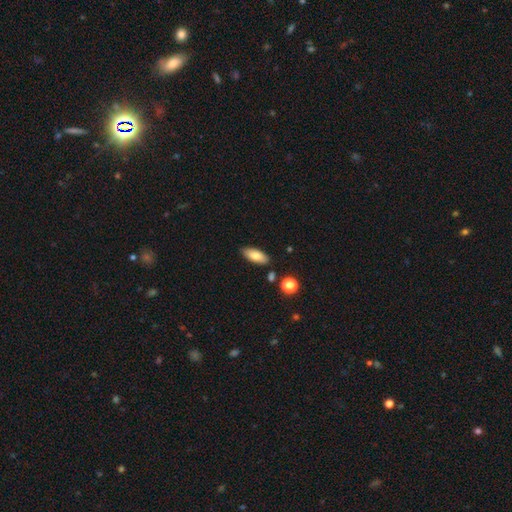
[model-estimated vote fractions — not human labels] smooth-or-featured: smooth: 79% | featured or disk: 14% | star or artifact: 7%
  how-rounded: in between: 83% | cigar-shaped: 14% | round: 2%
  merging: none: 84% | minor disturbance: 11% | merger: 3% | major disturbance: 2%